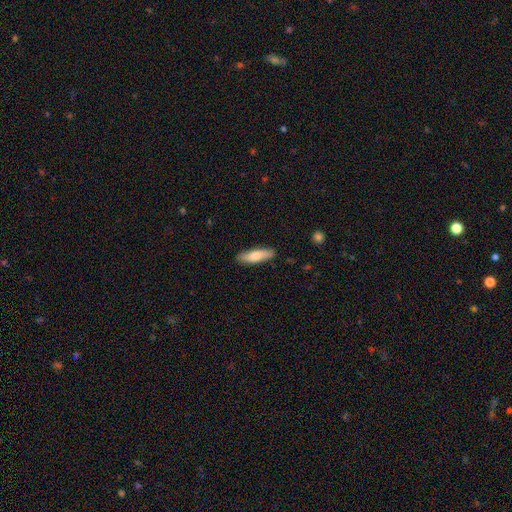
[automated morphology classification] smooth_or_featured: smooth (p=0.74) [alt: featured or disk p=0.21]
how_rounded: cigar-shaped (p=0.65) [alt: in between p=0.34]
merging: none (p=0.87) [alt: minor disturbance p=0.10]